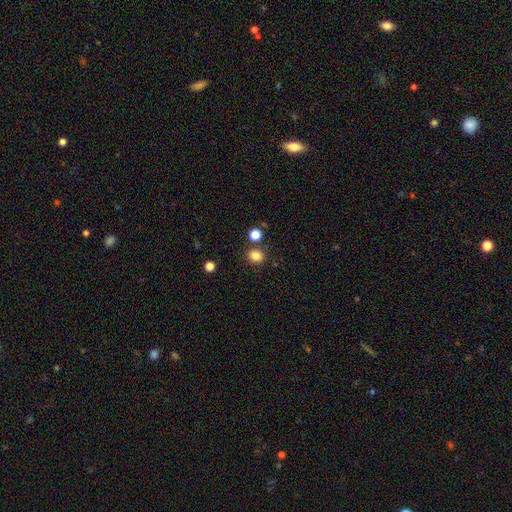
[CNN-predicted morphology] This appears to be a smooth galaxy with no disk features (83%) that is round (56%). Merging: none (79%).